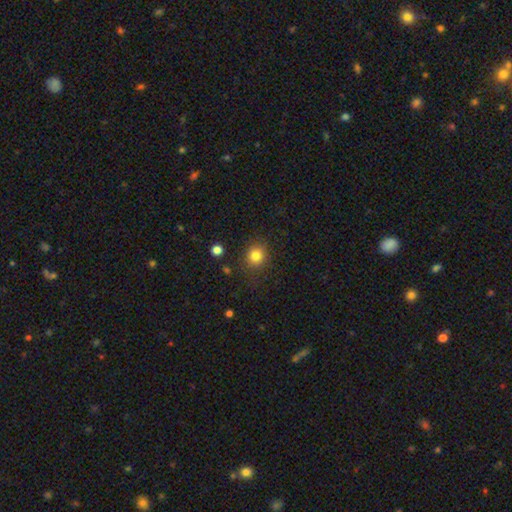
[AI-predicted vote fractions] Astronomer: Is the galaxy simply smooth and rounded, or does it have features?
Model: smooth — 82%.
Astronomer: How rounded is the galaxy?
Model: round — 84%.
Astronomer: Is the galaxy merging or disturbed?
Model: none — 85%.